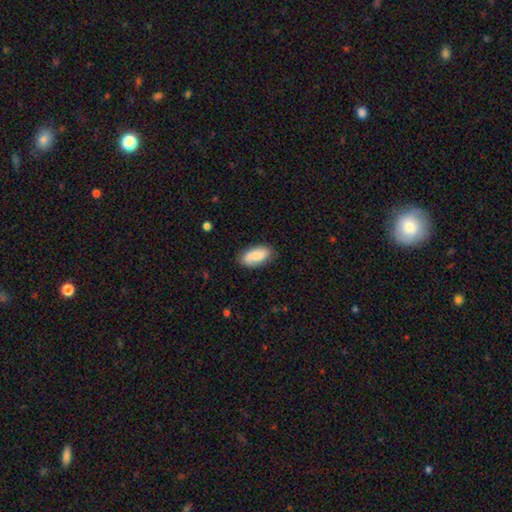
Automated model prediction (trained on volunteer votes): Overall: smooth (76%). How rounded: in between (92%). Merging: none (80%).